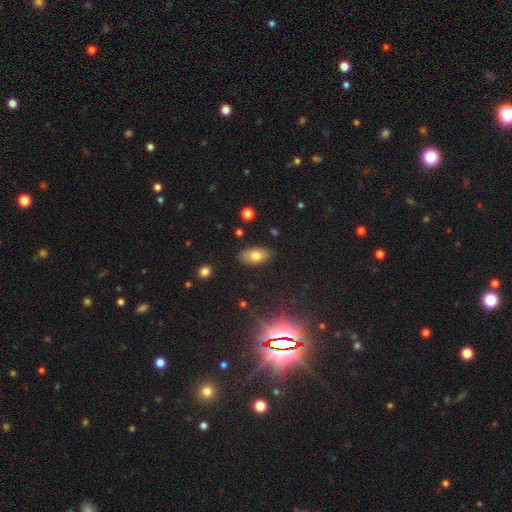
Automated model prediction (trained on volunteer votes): Smooth or featured? smooth (75%)
How rounded? in between (92%)
Merging? none (86%)